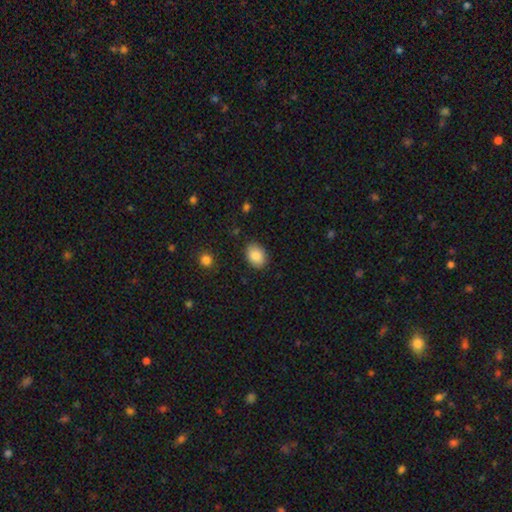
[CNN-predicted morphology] Smooth or featured? Predicted: smooth (p=0.86). How rounded? Predicted: in between (p=0.76). Merging? Predicted: none (p=0.86).